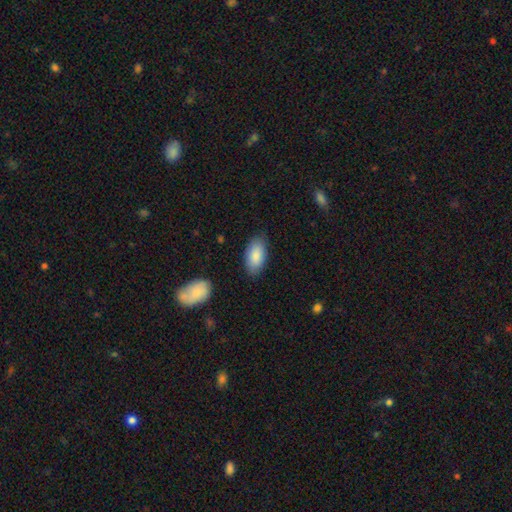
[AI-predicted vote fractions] Q: Smooth or featured?
A: smooth (87%); runner-up: featured or disk (7%)
Q: How rounded?
A: in between (93%); runner-up: cigar-shaped (4%)
Q: Merging?
A: none (84%); runner-up: minor disturbance (12%)